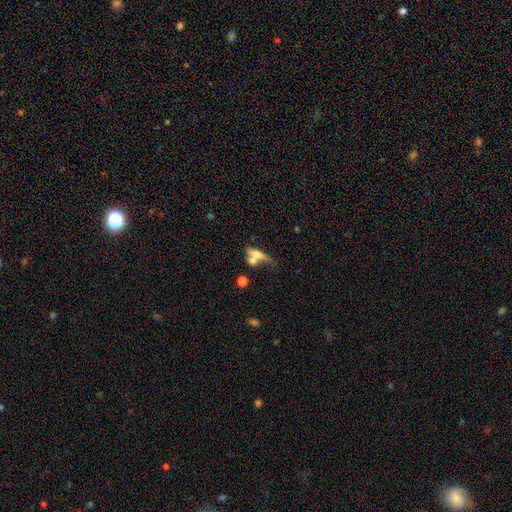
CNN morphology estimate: A smooth galaxy with no disk features (54%) that is cigar-shaped (48%). Merging: merger (46%).